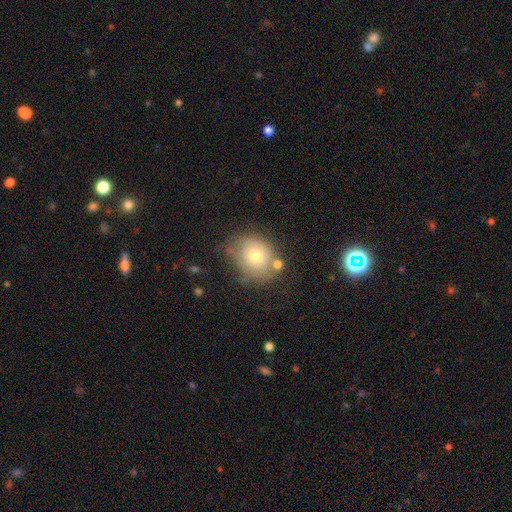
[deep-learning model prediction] The model was most divided on "how rounded": round: 59%, in between: 40%, cigar-shaped: 1%. More confident: smooth or featured — smooth (66%); merging — none (59%).